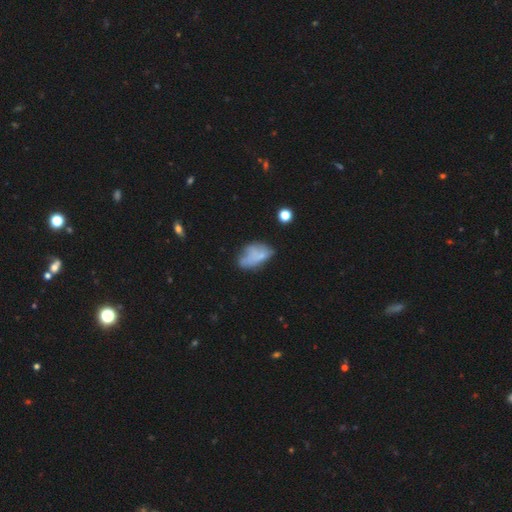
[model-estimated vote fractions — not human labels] Q: Smooth or featured?
A: smooth (56%); runner-up: featured or disk (32%)
Q: How rounded?
A: in between (89%); runner-up: round (7%)
Q: Merging?
A: none (38%); runner-up: minor disturbance (29%)